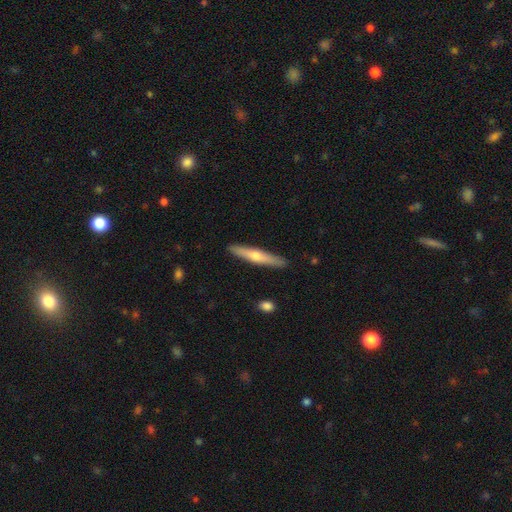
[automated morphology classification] The model was most divided on "smooth or featured": featured or disk: 49%, smooth: 46%, star or artifact: 5%. More confident: merging — none (91%).